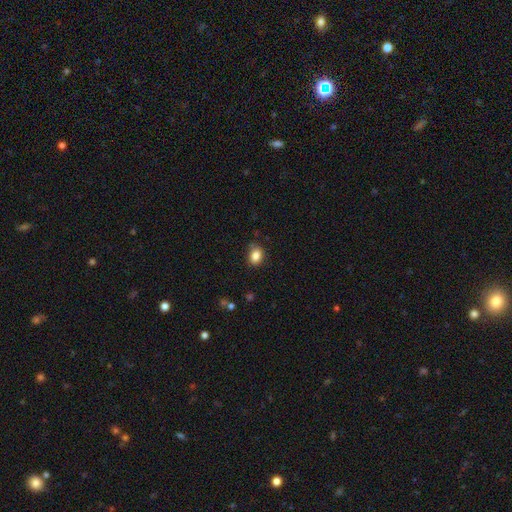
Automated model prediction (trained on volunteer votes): Smooth or featured?
  - smooth: 85% *
  - star or artifact: 9%
  - featured or disk: 5%
How rounded?
  - in between: 65% *
  - round: 34%
  - cigar-shaped: 1%
Merging?
  - none: 79% *
  - minor disturbance: 16%
  - major disturbance: 3%
  - merger: 2%